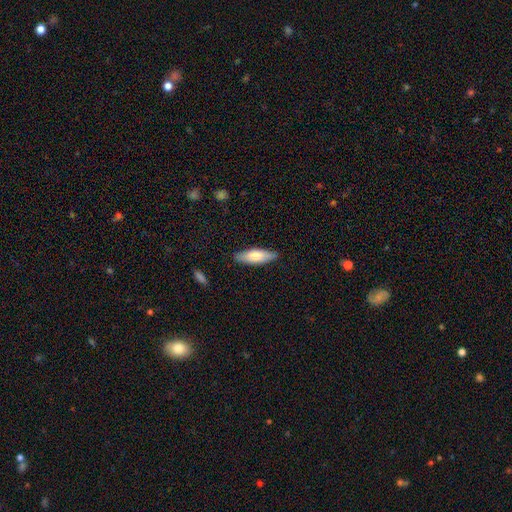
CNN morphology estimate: type=smooth (73%); roundness=in between (53%); merging=none (85%).